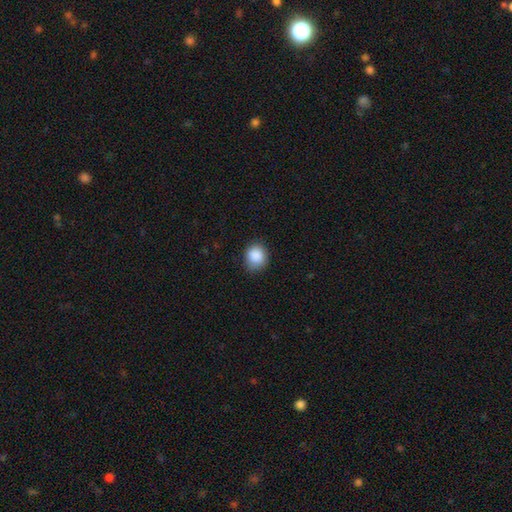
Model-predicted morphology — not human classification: type=smooth (88%); roundness=round (77%); merging=none (81%).